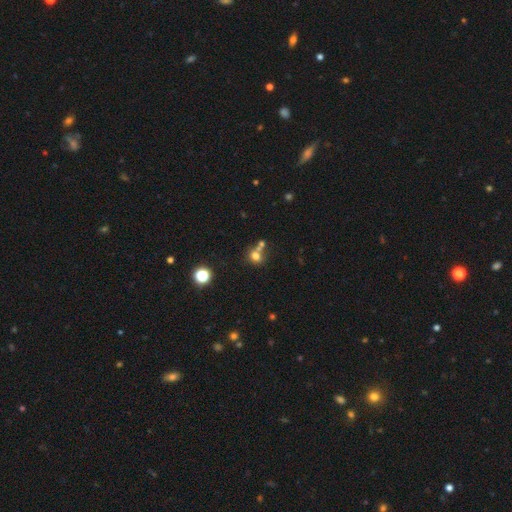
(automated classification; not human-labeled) Smooth or featured? smooth (72%)
How rounded? round (74%)
Merging? none (47%)